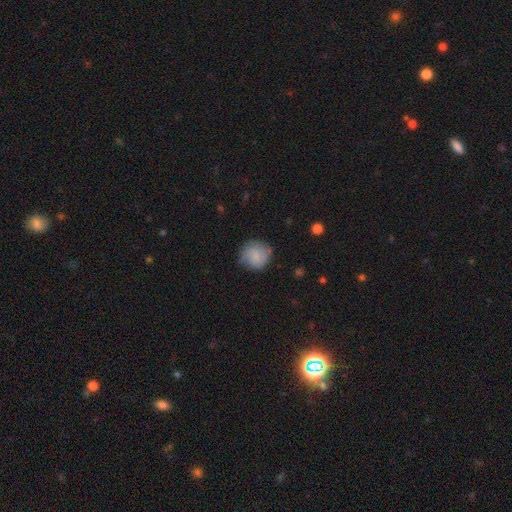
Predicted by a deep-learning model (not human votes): A smooth galaxy with no disk features (79%) that is round (89%).

Vote fractions:
- Smooth or featured? smooth: 79% / featured or disk: 14% / star or artifact: 7%
- How rounded? round: 89% / in between: 10% / cigar-shaped: 1%
- Merging? none: 68% / minor disturbance: 25% / major disturbance: 6% / merger: 2%